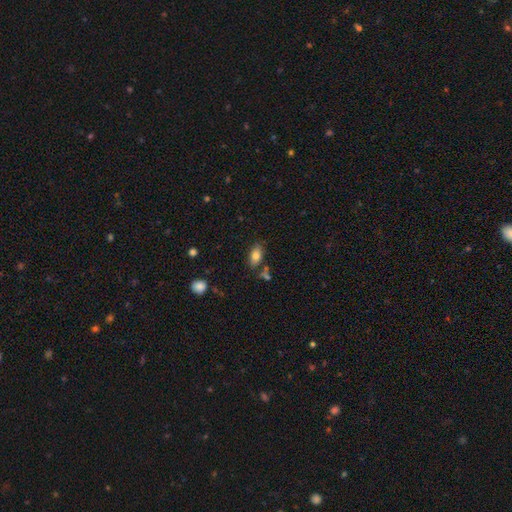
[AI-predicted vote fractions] Smooth or featured? smooth (80%)
How rounded? in between (89%)
Merging? none (73%)